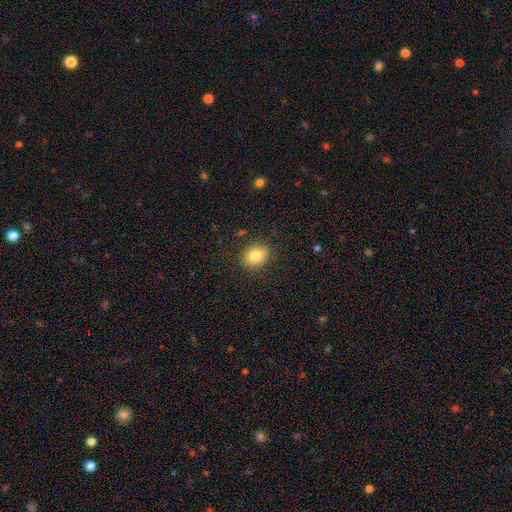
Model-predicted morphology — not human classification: A smooth galaxy with no disk features (83%) that is round (52%).

Vote fractions:
- Smooth or featured? smooth: 83% / star or artifact: 10% / featured or disk: 8%
- How rounded? round: 52% / in between: 47% / cigar-shaped: 1%
- Merging? none: 87% / minor disturbance: 9% / major disturbance: 3% / merger: 1%